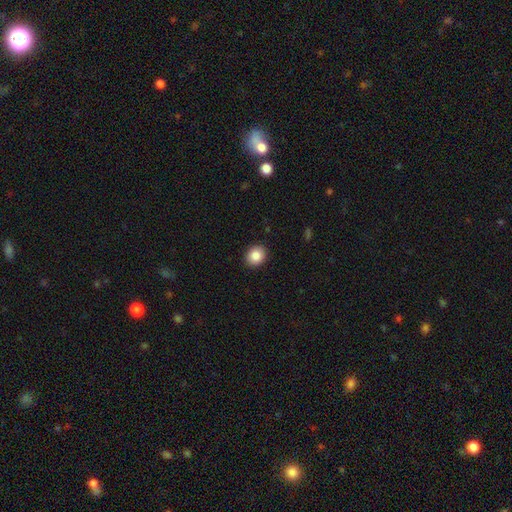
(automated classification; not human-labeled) Morphology: type=smooth (86%); roundness=round (66%); merging=none (91%).